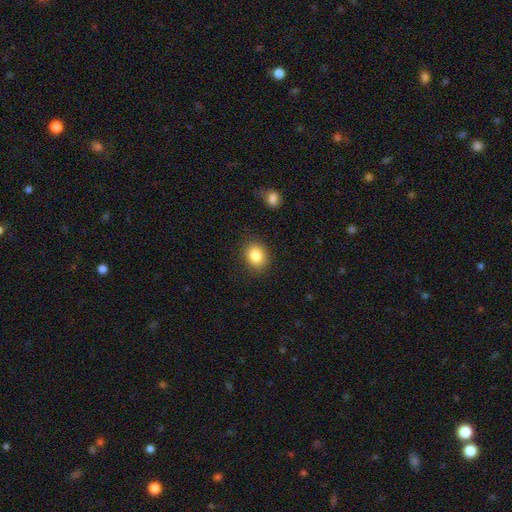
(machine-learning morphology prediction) The model was most divided on "how rounded": round: 58%, in between: 41%, cigar-shaped: 1%. More confident: merging — none (86%); smooth or featured — smooth (85%).